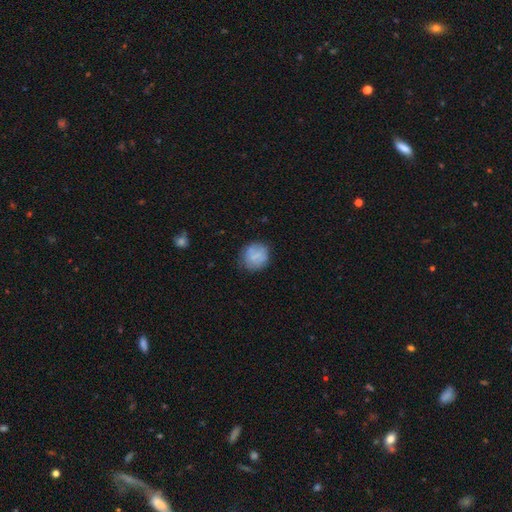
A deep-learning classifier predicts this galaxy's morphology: Smooth or featured: smooth — 70% (featured or disk — 21%)
How rounded: round — 81% (in between — 18%)
Merging: none — 73% (minor disturbance — 19%)